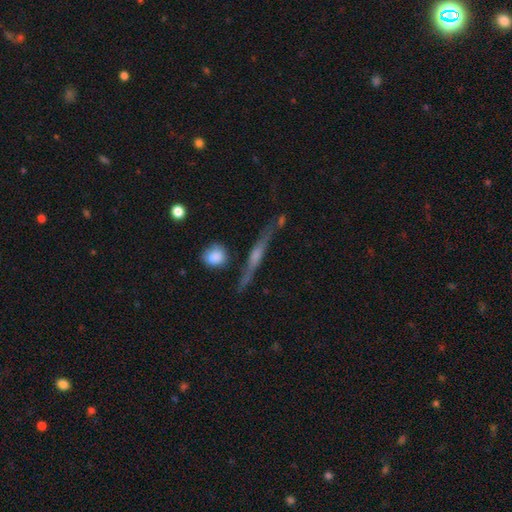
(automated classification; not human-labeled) This is likely a featured or disk galaxy (73%). It is clearly viewed edge-on (93%). Edge-on bulge: likely rounded (66%). Merging: likely none (75%).